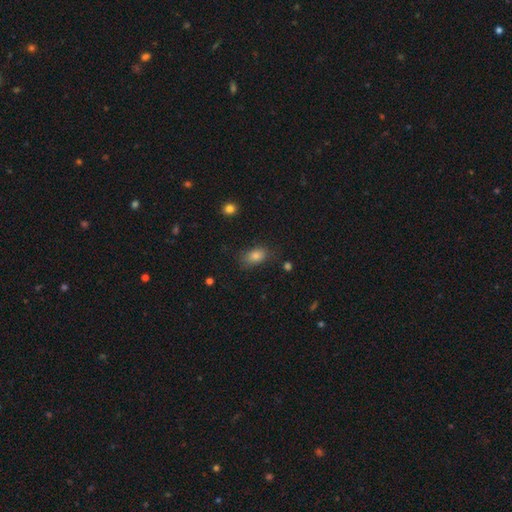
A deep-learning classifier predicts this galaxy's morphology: Overall: smooth (79%). How rounded: in between (82%). Merging: none (77%).